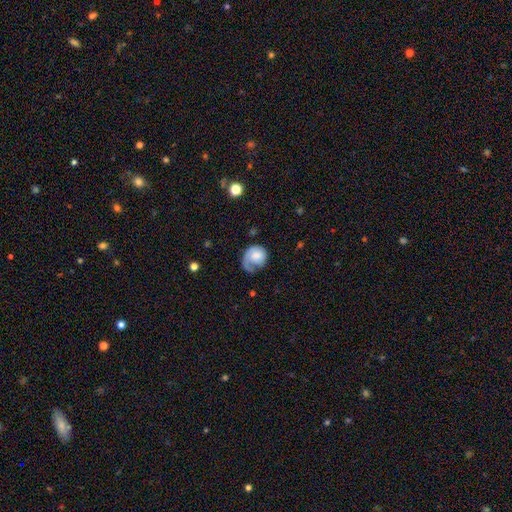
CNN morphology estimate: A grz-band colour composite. It shows a featured or disk galaxy (48%). Merging: none (40%).